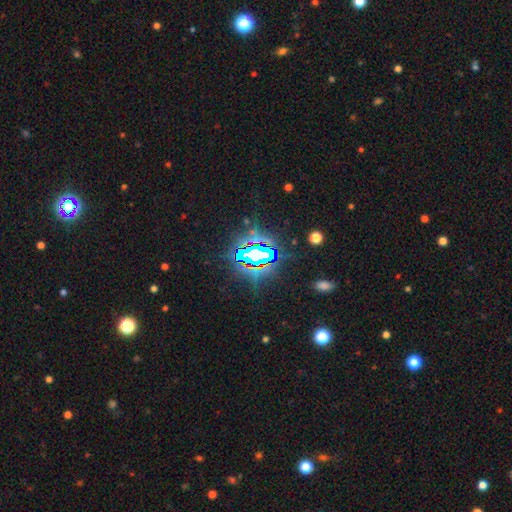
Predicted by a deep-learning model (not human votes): Smooth or featured? Predicted: star or artifact (p=0.77).